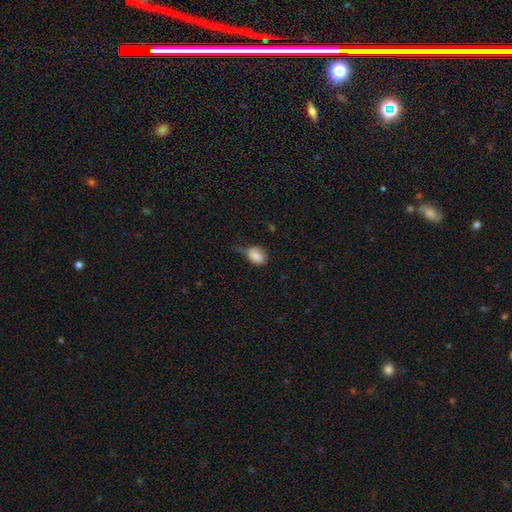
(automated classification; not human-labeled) Smooth or featured? Predicted: smooth (p=0.81). How rounded? Predicted: in between (p=0.77). Merging? Predicted: minor disturbance (p=0.42).